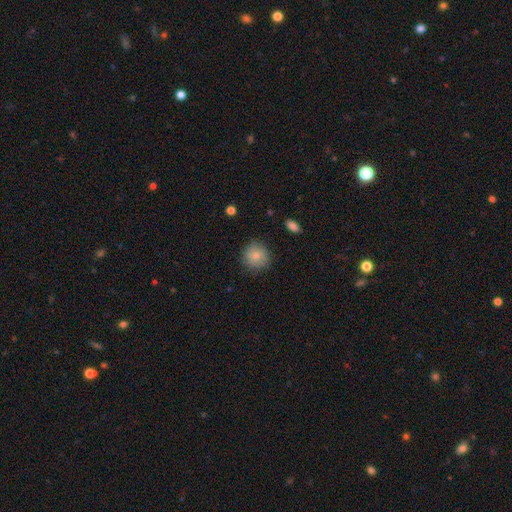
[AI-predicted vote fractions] Smooth or featured? smooth (81%)
How rounded? round (90%)
Merging? none (82%)